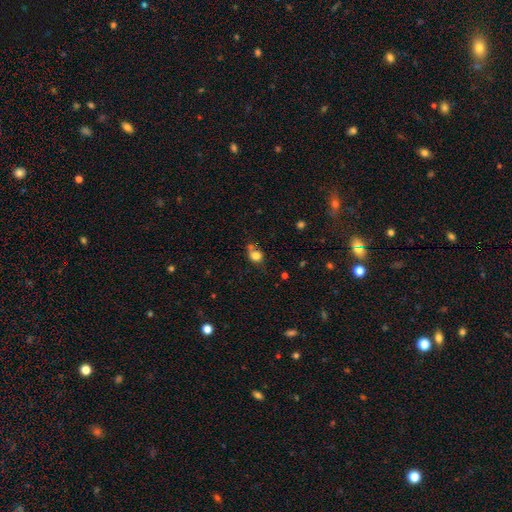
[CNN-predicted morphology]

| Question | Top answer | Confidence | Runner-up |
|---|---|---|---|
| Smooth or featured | smooth | 78% | star or artifact (12%) |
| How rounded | round | 72% | in between (27%) |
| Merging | none | 50% | merger (25%) |